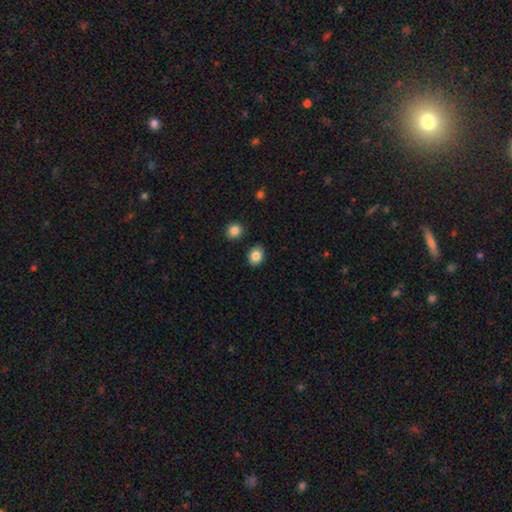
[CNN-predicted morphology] Smooth or featured: smooth — 85% (star or artifact — 9%)
How rounded: in between — 53% (round — 46%)
Merging: none — 87% (minor disturbance — 8%)